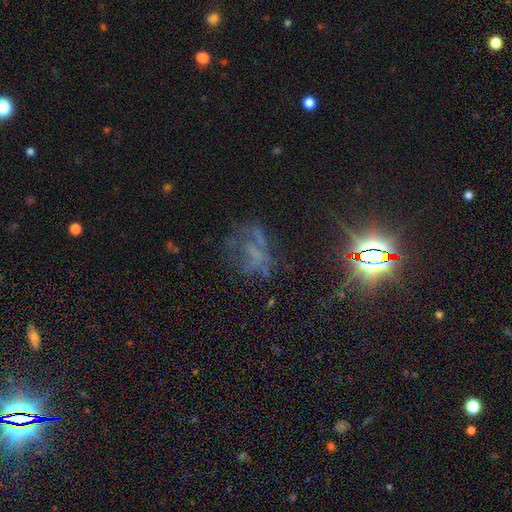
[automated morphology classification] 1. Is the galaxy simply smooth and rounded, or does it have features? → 45% star or artifact, 38% featured or disk, 17% smooth.